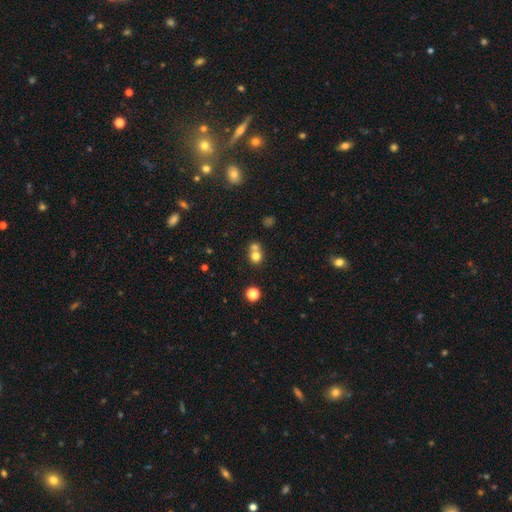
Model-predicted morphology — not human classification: smooth-or-featured: smooth: 74% | star or artifact: 14% | featured or disk: 12%
  how-rounded: round: 81% | in between: 18% | cigar-shaped: 1%
  merging: merger: 50% | none: 41% | minor disturbance: 6% | major disturbance: 3%